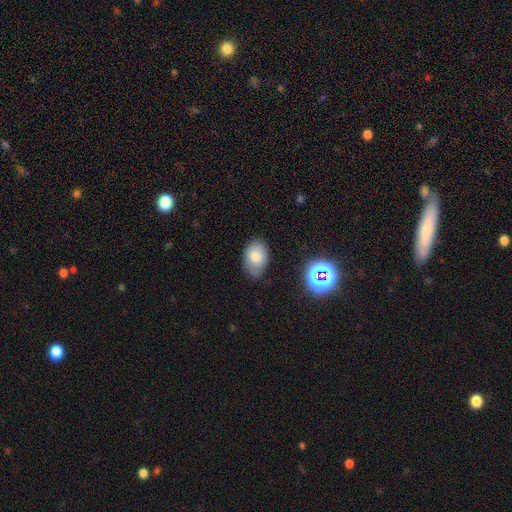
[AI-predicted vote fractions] Smooth or featured?
  - smooth: 77% *
  - featured or disk: 12%
  - star or artifact: 11%
How rounded?
  - in between: 84% *
  - round: 15%
  - cigar-shaped: 1%
Merging?
  - none: 72% *
  - minor disturbance: 22%
  - major disturbance: 4%
  - merger: 2%